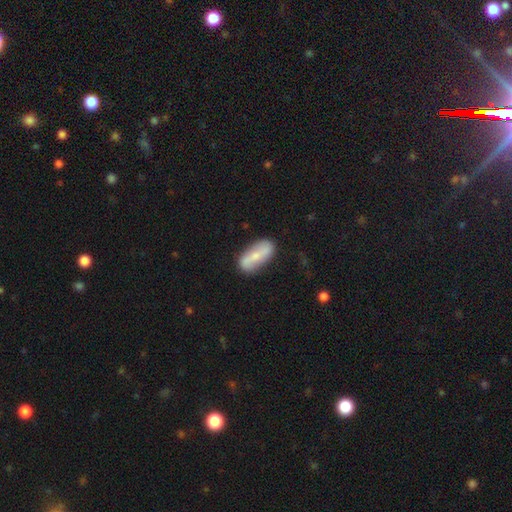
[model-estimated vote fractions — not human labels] This is possibly a featured or disk galaxy (48%). Merging: clearly none (82%).